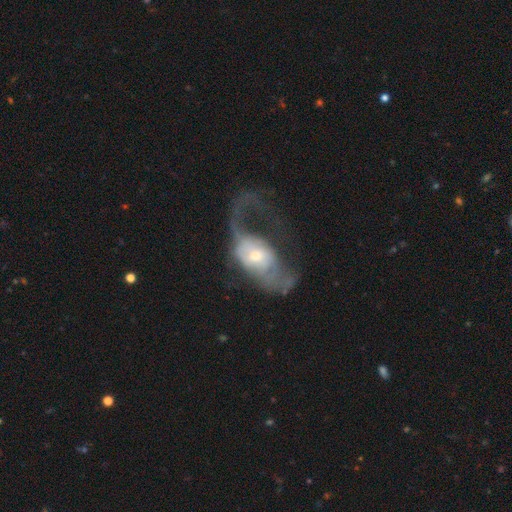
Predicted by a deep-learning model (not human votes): The model was most divided on "bulge size": moderate: 50%, small: 39%, large: 7%, none: 2%, dominant: 2%. More confident: edge-on disk — no (93%); smooth or featured — featured or disk (67%); bar — no (64%); spiral arms — yes (63%); merging — major disturbance (60%).